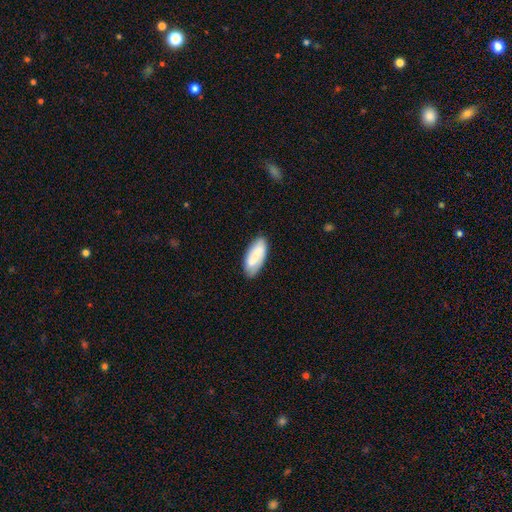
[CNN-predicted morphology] Q: Smooth or featured?
A: smooth (68%); runner-up: featured or disk (26%)
Q: How rounded?
A: in between (85%); runner-up: cigar-shaped (13%)
Q: Merging?
A: none (81%); runner-up: minor disturbance (14%)